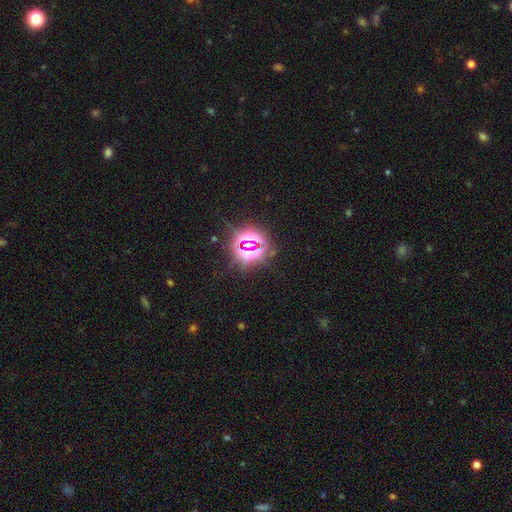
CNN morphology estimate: This appears to be a star or artifact, not a galaxy (81%).